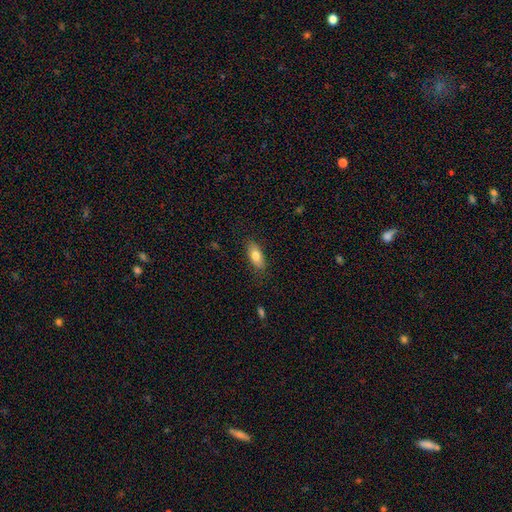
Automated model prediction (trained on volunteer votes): This appears to be a smooth galaxy with no disk features (80%) that is in between round and cigar-shaped (83%). Merging: none (83%).